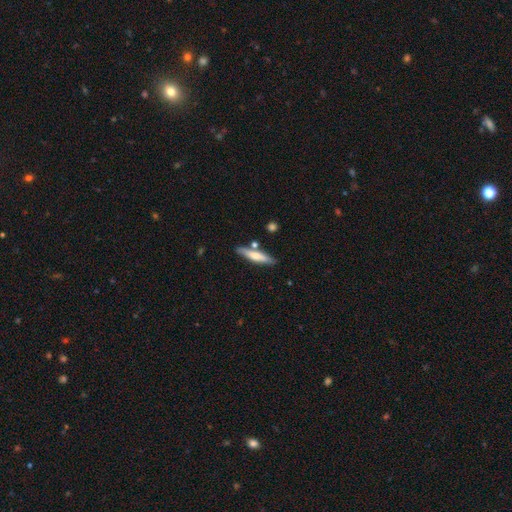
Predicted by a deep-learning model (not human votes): smooth-or-featured: smooth: 60% | featured or disk: 34% | star or artifact: 6%
  how-rounded: cigar-shaped: 84% | in between: 14% | round: 2%
  merging: none: 78% | minor disturbance: 12% | merger: 8% | major disturbance: 2%